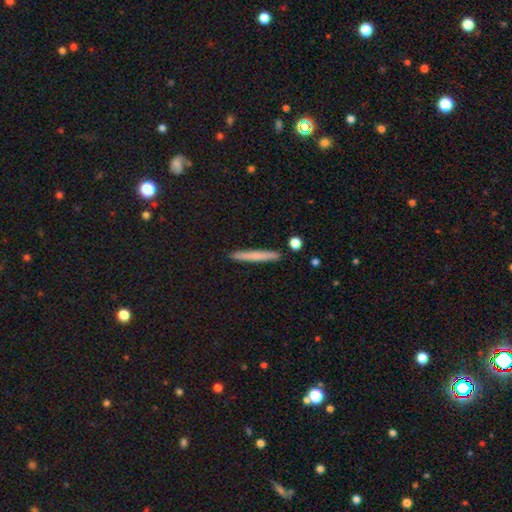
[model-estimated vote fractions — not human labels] This appears to be a smooth galaxy with no disk features (69%) that is cigar-shaped (96%). Merging: none (90%).